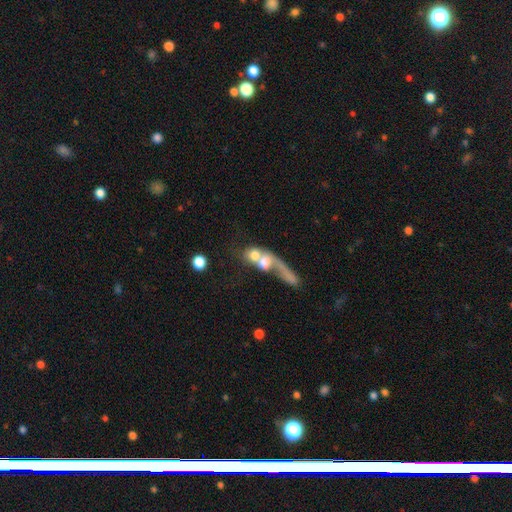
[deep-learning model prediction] Smooth or featured? smooth (55%)
How rounded? round (48%)
Merging? merger (67%)